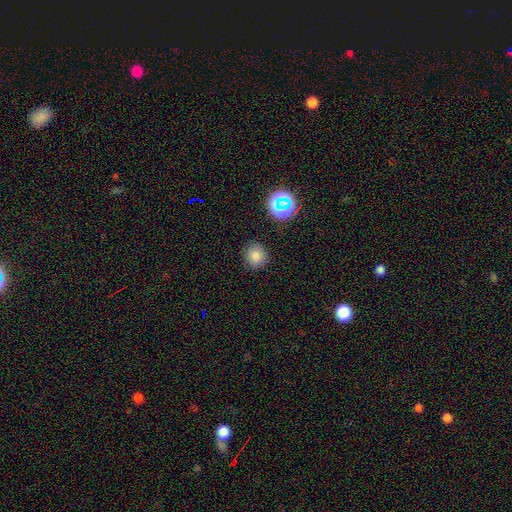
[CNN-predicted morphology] This appears to be a smooth galaxy with no disk features (78%) that is round (89%). Merging: none (88%).